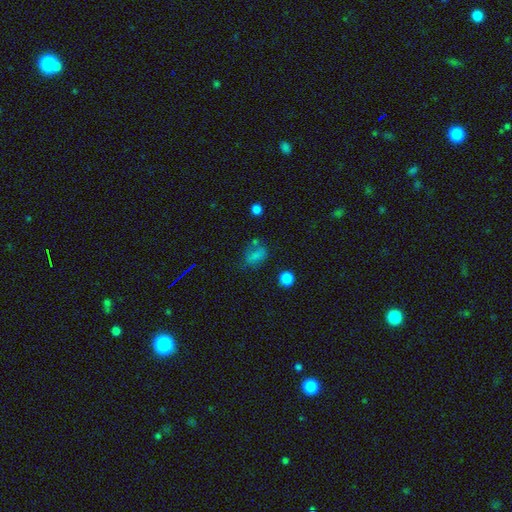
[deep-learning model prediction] Smooth or featured? Predicted: smooth (p=0.69). How rounded? Predicted: in between (p=0.68). Merging? Predicted: none (p=0.51).